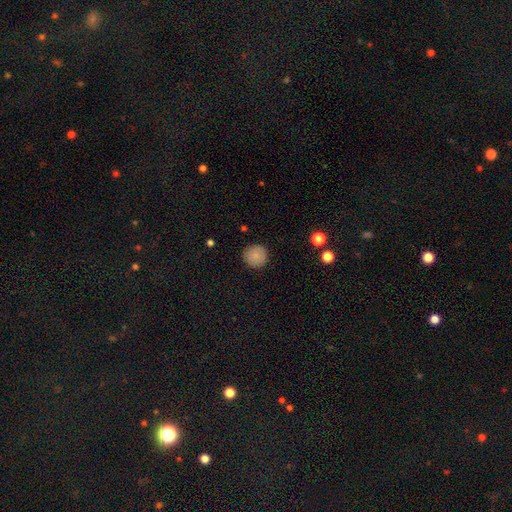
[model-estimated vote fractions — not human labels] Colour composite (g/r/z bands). It shows a smooth galaxy with no disk features (86%) that is round (95%). Merging: none (90%).